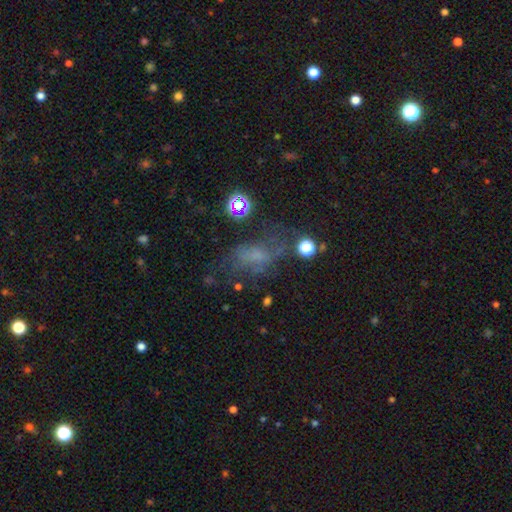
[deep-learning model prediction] A featured or disk galaxy (39%).

Vote fractions:
- Smooth or featured? featured or disk: 39% / smooth: 38% / star or artifact: 24%
- Merging? none: 44% / major disturbance: 28% / minor disturbance: 22% / merger: 6%